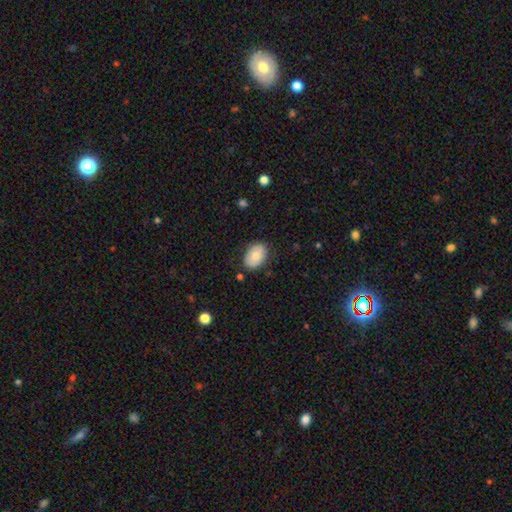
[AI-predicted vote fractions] Smooth or featured? Predicted: smooth (p=0.76). How rounded? Predicted: in between (p=0.85). Merging? Predicted: none (p=0.81).